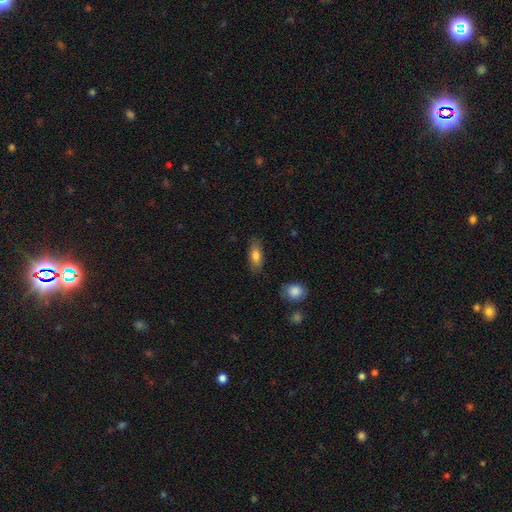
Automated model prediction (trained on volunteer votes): This is likely a smooth galaxy (78%). How rounded: likely in between (80%). Merging: clearly none (81%).